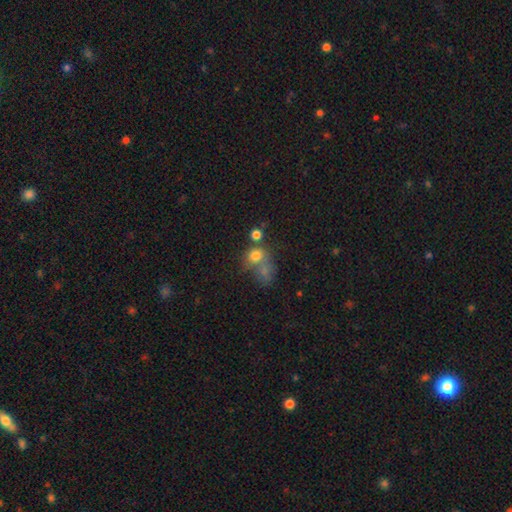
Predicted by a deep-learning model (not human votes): Q: Smooth or featured?
A: smooth (73%); runner-up: star or artifact (14%)
Q: How rounded?
A: round (70%); runner-up: in between (29%)
Q: Merging?
A: merger (42%); runner-up: none (38%)